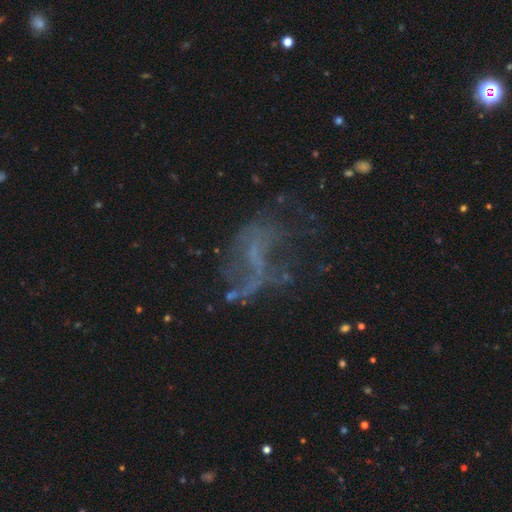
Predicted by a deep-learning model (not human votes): Morphology: type=featured or disk (54%); edge-on=no (95%); bar=no (72%); spiral arms=no (71%); bulge=none (72%); merging=none (38%, tied with major disturbance).